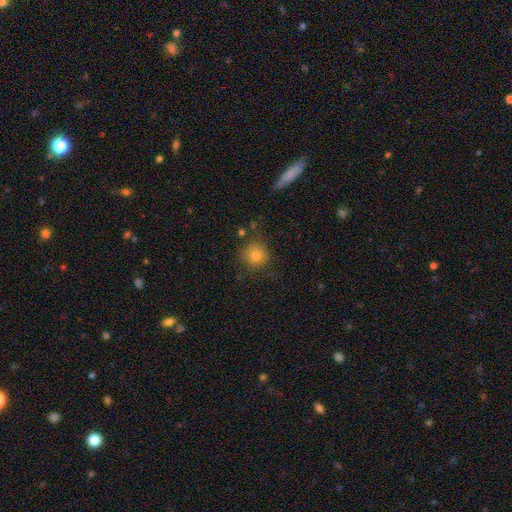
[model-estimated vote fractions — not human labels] The model was most divided on "smooth or featured": smooth: 78%, star or artifact: 13%, featured or disk: 9%. More confident: how rounded — round (92%); merging — none (82%).